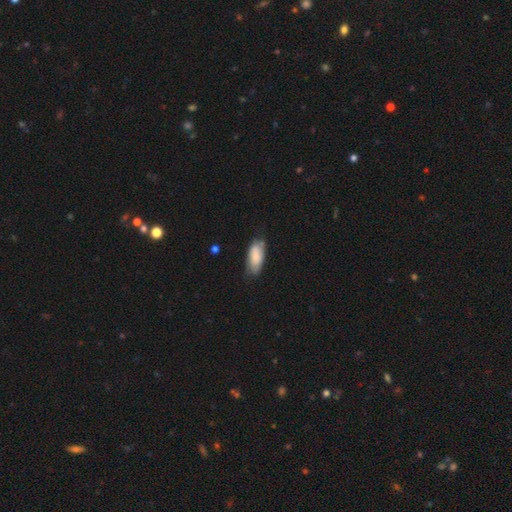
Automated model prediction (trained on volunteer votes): This appears to be a smooth galaxy with no disk features (77%) that is in between round and cigar-shaped (85%). Merging: none (61%).